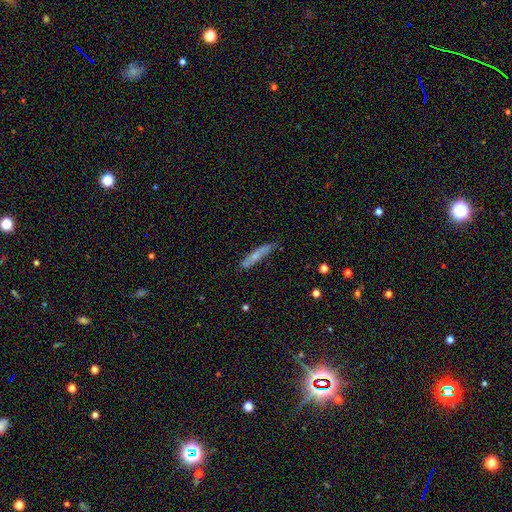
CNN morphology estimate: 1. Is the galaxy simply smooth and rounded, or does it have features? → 64% smooth, 30% featured or disk, 7% star or artifact.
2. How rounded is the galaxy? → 92% cigar-shaped, 6% in between, 2% round.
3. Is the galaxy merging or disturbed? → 78% none, 17% minor disturbance, 3% major disturbance, 2% merger.